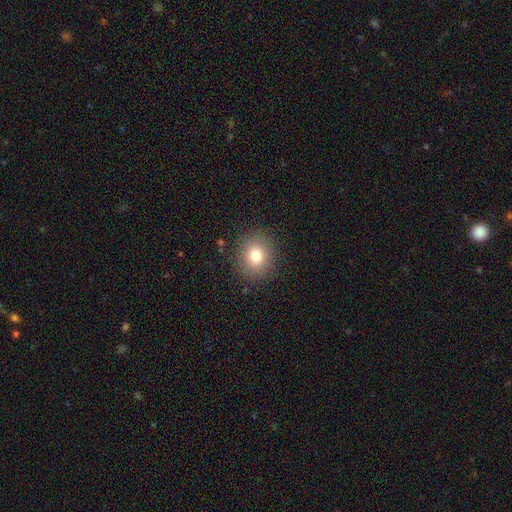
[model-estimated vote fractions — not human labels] Overall: smooth (78%). How rounded: round (81%). Merging: none (87%).